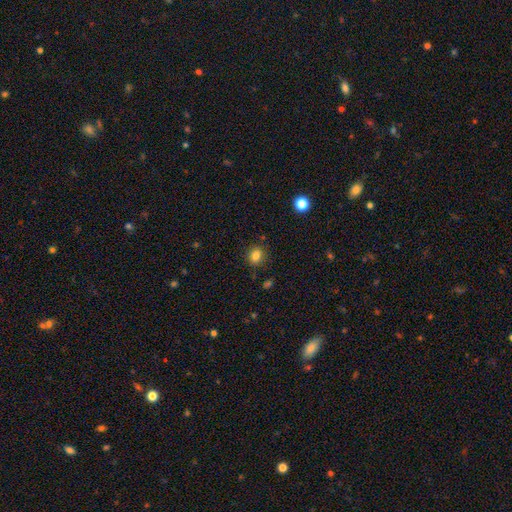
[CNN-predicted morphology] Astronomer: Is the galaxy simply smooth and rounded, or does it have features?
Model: smooth — 82%.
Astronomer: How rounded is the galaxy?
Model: round — 59% (runner-up: in between, 40%).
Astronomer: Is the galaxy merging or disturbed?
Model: none — 85%.